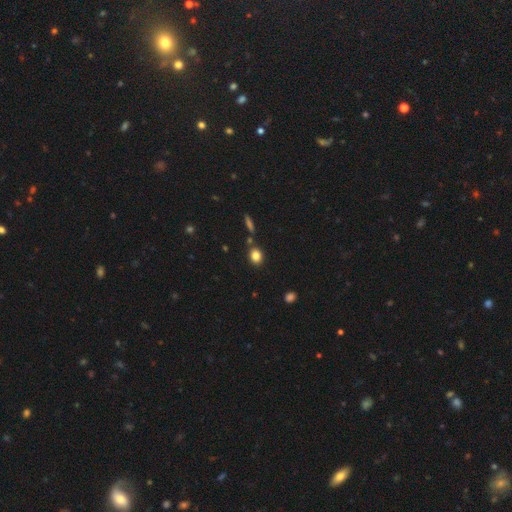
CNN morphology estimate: The model was most divided on "how rounded": round: 51%, in between: 47%, cigar-shaped: 2%. More confident: smooth or featured — smooth (84%); merging — none (80%).